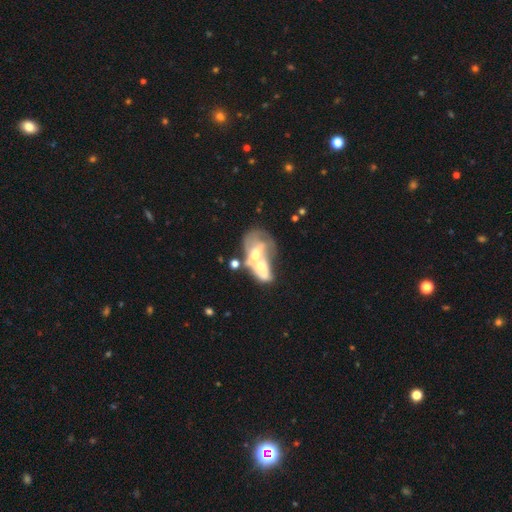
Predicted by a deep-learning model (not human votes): smooth_or_featured: featured or disk (p=0.62) [alt: smooth p=0.29]
disk_edge_on: no (p=0.94) [alt: yes p=0.06]
bar: no (p=0.73) [alt: weak p=0.19]
has_spiral_arms: no (p=0.65) [alt: yes p=0.35]
bulge_size: moderate (p=0.59) [alt: small p=0.23]
merging: merger (p=0.71) [alt: major disturbance p=0.12]